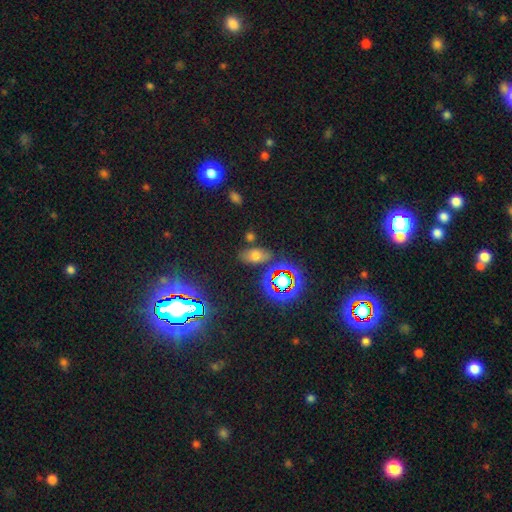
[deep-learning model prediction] Smooth or featured? smooth (58%)
How rounded? in between (87%)
Merging? none (76%)